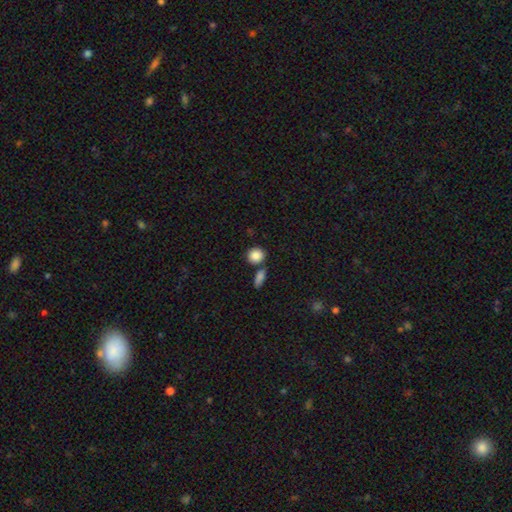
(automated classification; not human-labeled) Smooth or featured? smooth (87%)
How rounded? round (78%)
Merging? none (70%)